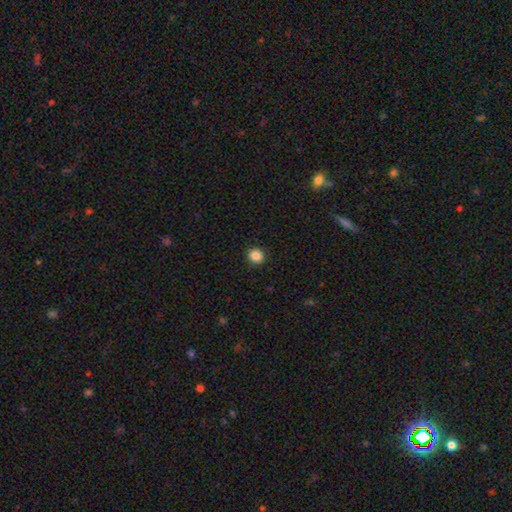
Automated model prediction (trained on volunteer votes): This appears to be a smooth galaxy with no disk features (86%) that is round (90%). Merging: none (92%).